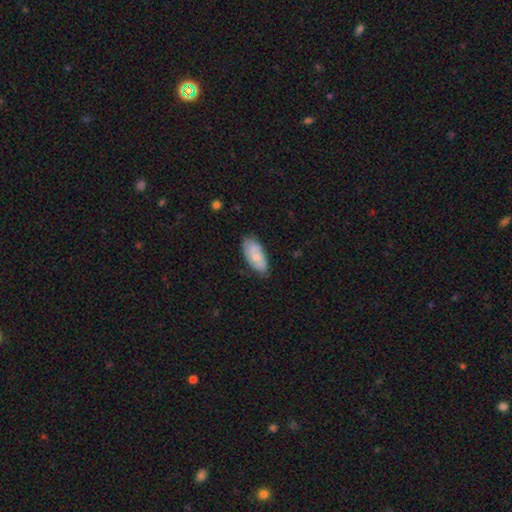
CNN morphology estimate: Smooth or featured: smooth — 64% (featured or disk — 29%)
How rounded: in between — 89% (cigar-shaped — 9%)
Merging: none — 74% (minor disturbance — 21%)